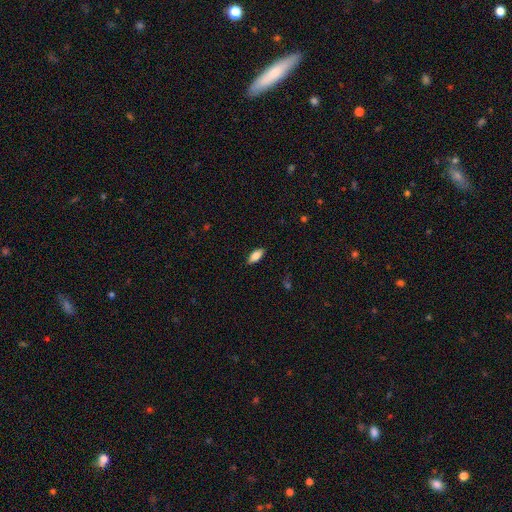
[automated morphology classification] Smooth or featured?
  - smooth: 82% *
  - featured or disk: 11%
  - star or artifact: 7%
How rounded?
  - in between: 83% *
  - cigar-shaped: 15%
  - round: 2%
Merging?
  - none: 86% *
  - minor disturbance: 11%
  - major disturbance: 2%
  - merger: 1%